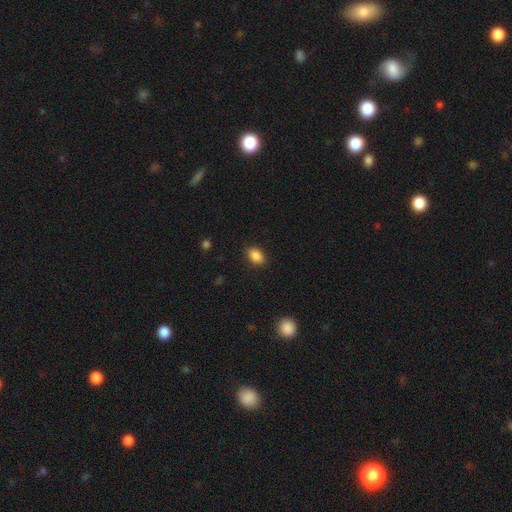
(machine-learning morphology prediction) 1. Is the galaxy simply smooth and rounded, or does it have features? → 88% smooth, 9% star or artifact, 4% featured or disk.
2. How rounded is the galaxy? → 83% in between, 16% round, 2% cigar-shaped.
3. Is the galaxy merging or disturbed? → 87% none, 9% minor disturbance, 2% major disturbance, 1% merger.